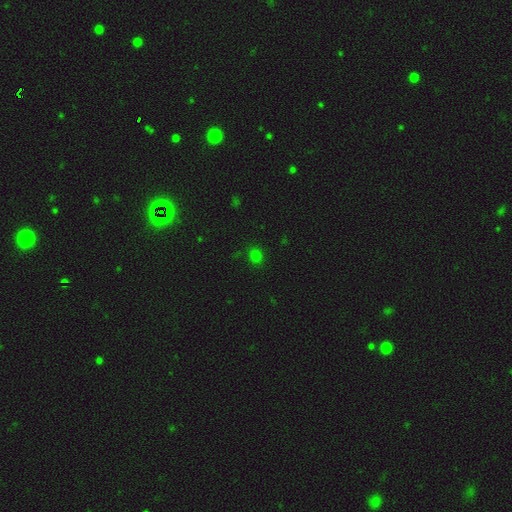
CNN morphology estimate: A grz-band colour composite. It shows a smooth galaxy with no disk features (75%) that is round (74%). Merging: none (86%).